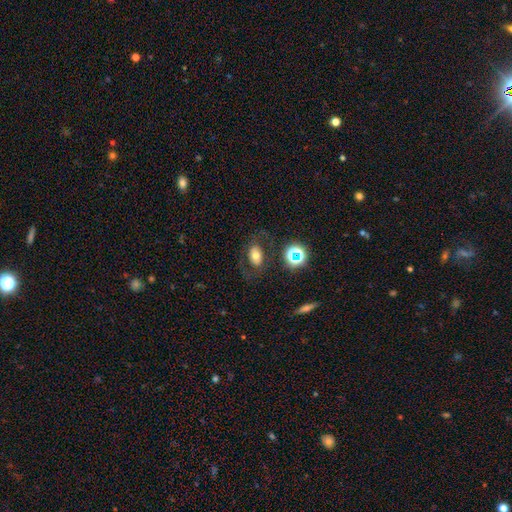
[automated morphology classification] smooth_or_featured: smooth (p=0.58) [alt: featured or disk p=0.27]
how_rounded: in between (p=0.80) [alt: round p=0.19]
merging: none (p=0.71) [alt: minor disturbance p=0.14]